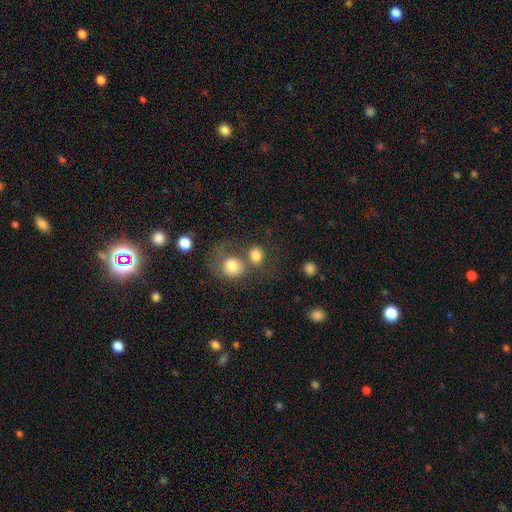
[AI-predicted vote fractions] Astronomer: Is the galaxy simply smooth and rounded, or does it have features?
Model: smooth — 80%.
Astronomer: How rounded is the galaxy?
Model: round — 63%.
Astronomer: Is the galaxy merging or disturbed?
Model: none — 41% (runner-up: merger, 40%).